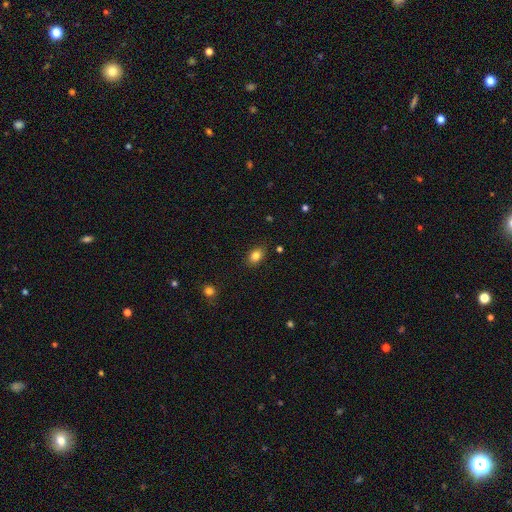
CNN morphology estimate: Smooth or featured? smooth (83%)
How rounded? in between (78%)
Merging? none (84%)